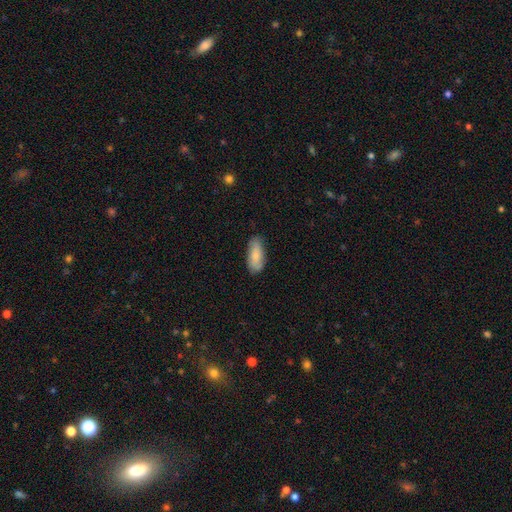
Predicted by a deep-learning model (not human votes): Smooth or featured? Predicted: smooth (p=0.81). How rounded? Predicted: in between (p=0.83). Merging? Predicted: none (p=0.78).